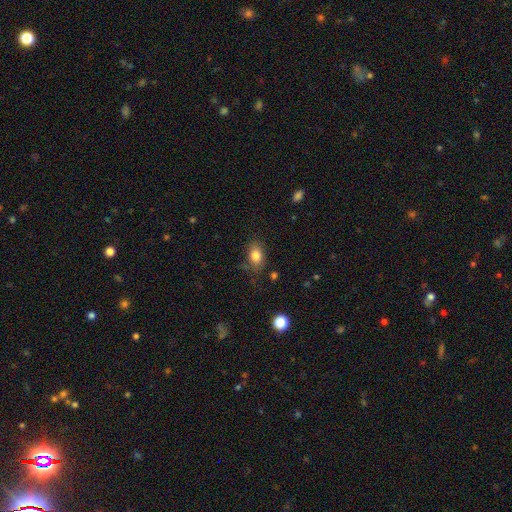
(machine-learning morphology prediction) Smooth or featured?
  - smooth: 82% *
  - star or artifact: 9%
  - featured or disk: 8%
How rounded?
  - in between: 81% *
  - round: 18%
  - cigar-shaped: 2%
Merging?
  - none: 72% *
  - minor disturbance: 20%
  - major disturbance: 6%
  - merger: 2%